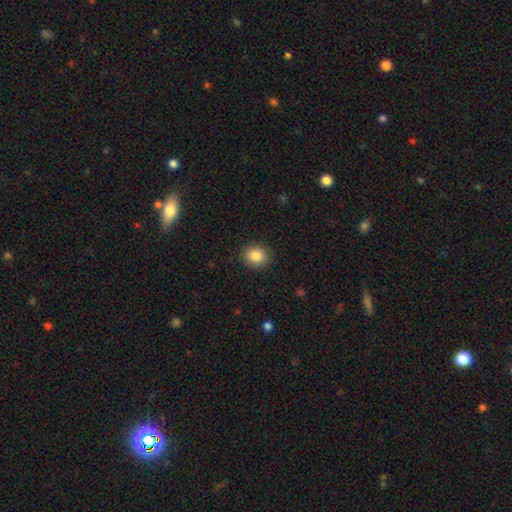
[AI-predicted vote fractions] Smooth or featured: smooth — 85% (star or artifact — 9%)
How rounded: round — 82% (in between — 17%)
Merging: none — 90% (minor disturbance — 7%)